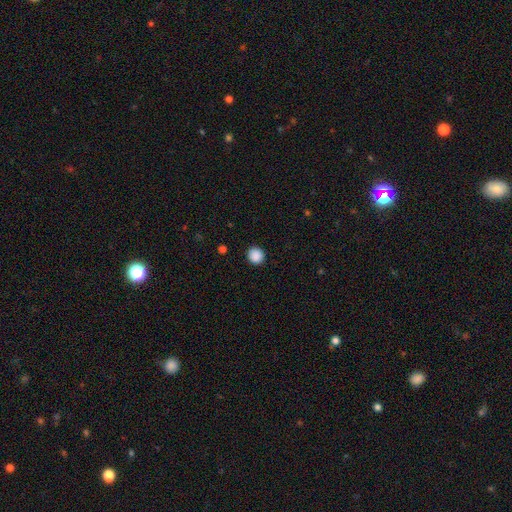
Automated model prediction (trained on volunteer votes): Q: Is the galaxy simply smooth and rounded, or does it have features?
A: smooth — 89%.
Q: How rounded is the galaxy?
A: round — 91%.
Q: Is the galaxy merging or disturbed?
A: none — 92%.